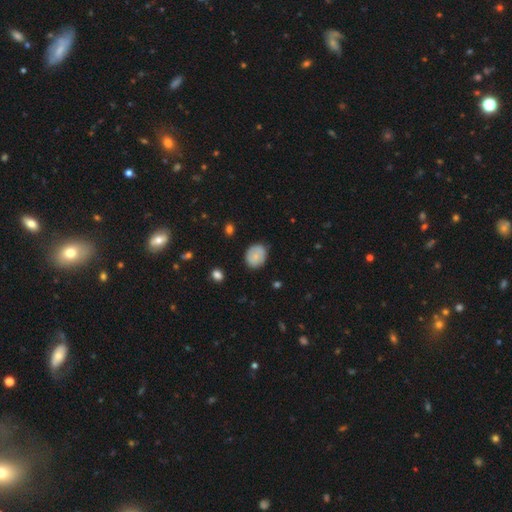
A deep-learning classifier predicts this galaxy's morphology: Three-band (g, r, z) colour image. It shows a smooth galaxy with no disk features (74%) that is round (53%). Merging: none (77%).